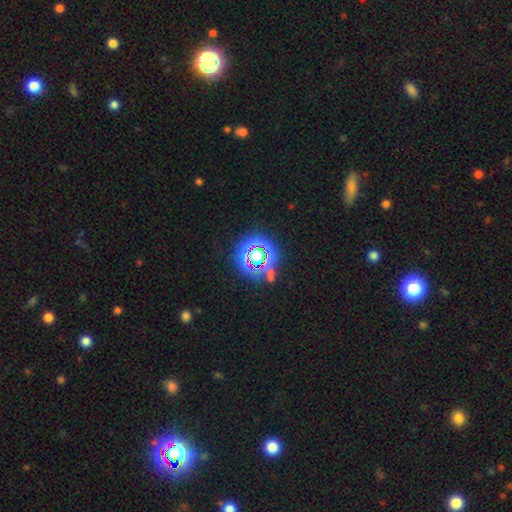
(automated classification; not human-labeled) Q: Smooth or featured?
A: star or artifact (66%); runner-up: smooth (22%)